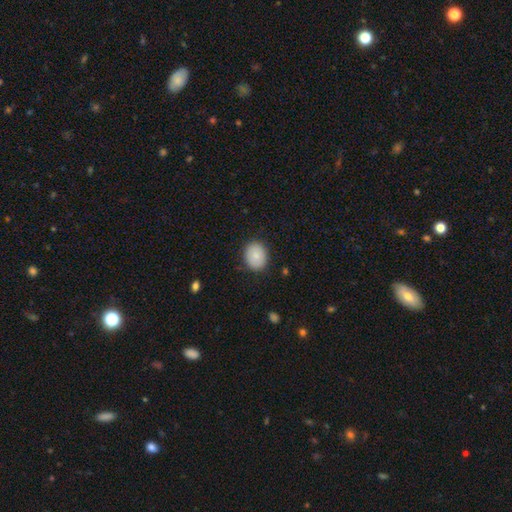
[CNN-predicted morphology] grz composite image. It shows a smooth galaxy with no disk features (84%) that is round (56%). Merging: none (86%).